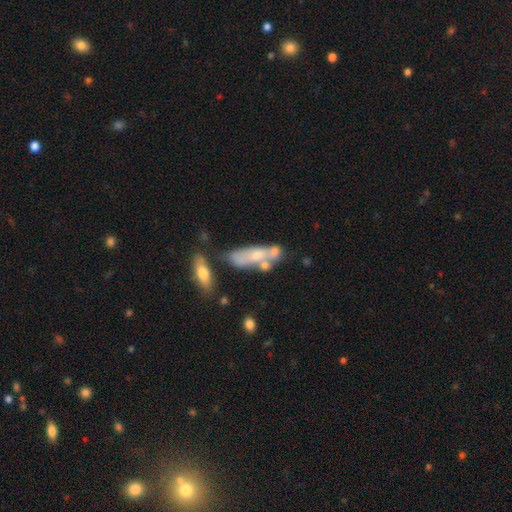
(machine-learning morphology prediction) type=smooth (48%); merging=none (37%).